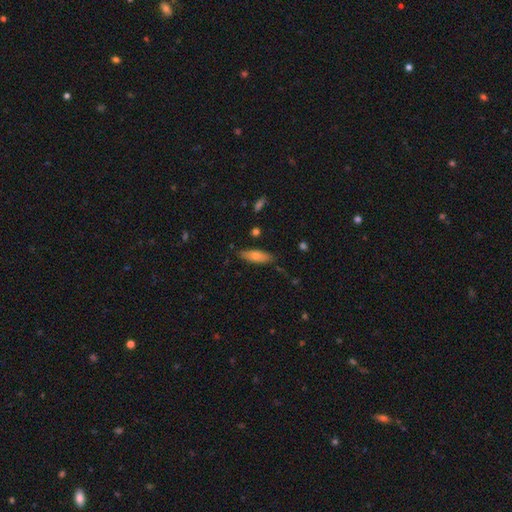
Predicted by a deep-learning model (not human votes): Smooth or featured: smooth — 64% (featured or disk — 29%)
How rounded: in between — 53% (cigar-shaped — 45%)
Merging: none — 81% (minor disturbance — 14%)